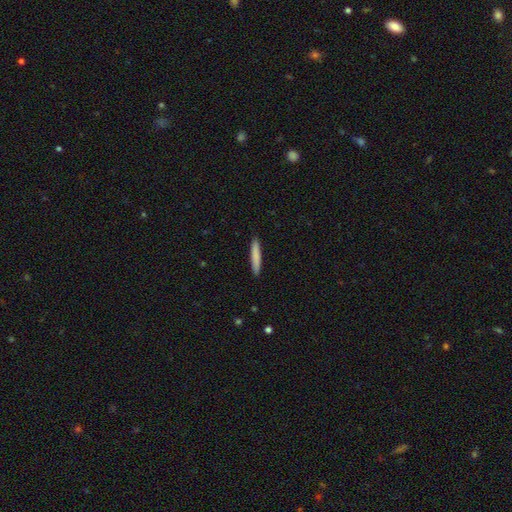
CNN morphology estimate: A smooth galaxy with no disk features (81%) that is cigar-shaped (93%). Merging: none (91%).